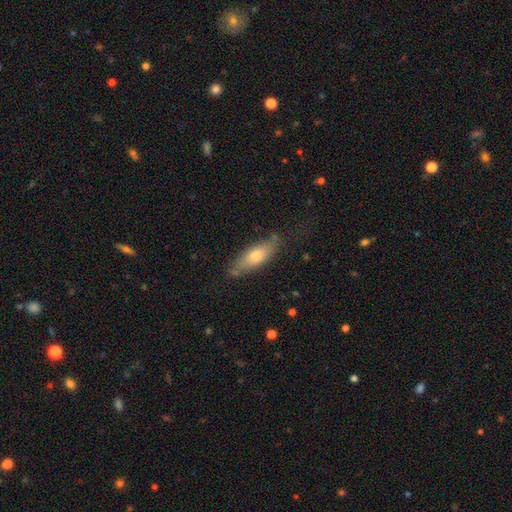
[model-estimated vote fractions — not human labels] Smooth or featured? Predicted: smooth (p=0.64). How rounded? Predicted: in between (p=0.54). Merging? Predicted: none (p=0.71).